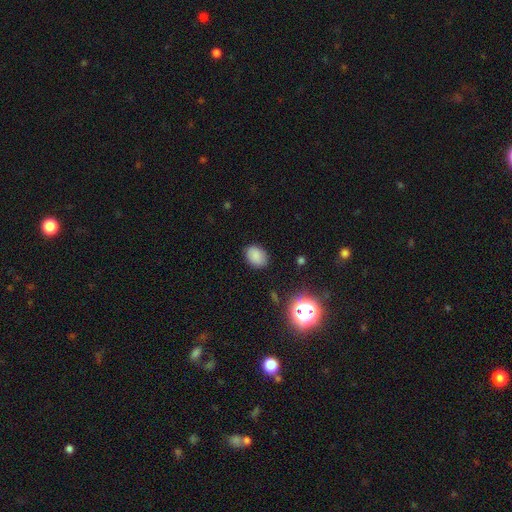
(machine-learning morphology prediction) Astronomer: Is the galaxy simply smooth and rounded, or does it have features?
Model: smooth — 82%.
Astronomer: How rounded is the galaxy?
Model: in between — 75%.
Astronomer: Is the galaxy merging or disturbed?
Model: none — 83%.